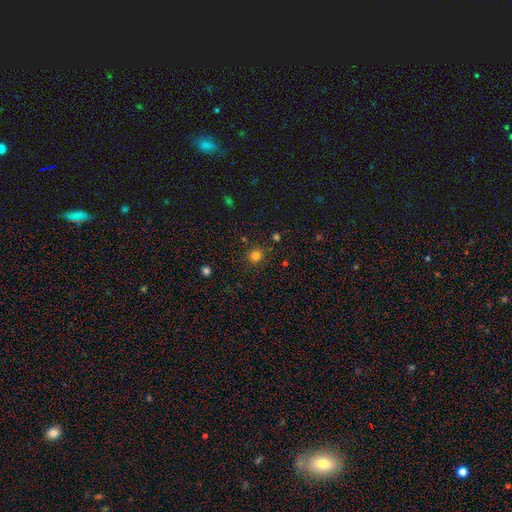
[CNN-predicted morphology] type=smooth (79%); roundness=round (90%); merging=none (87%).